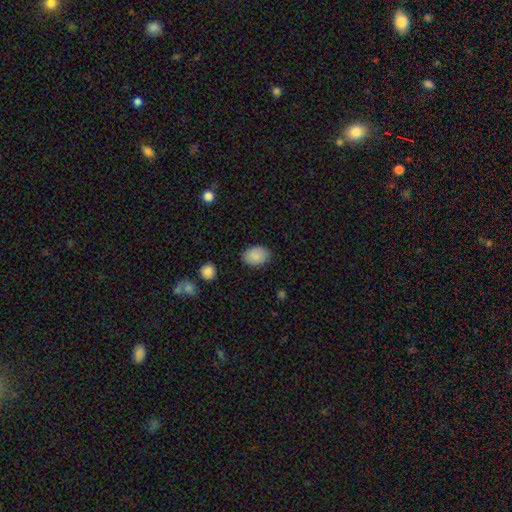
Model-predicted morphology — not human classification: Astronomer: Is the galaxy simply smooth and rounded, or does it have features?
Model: smooth — 87%.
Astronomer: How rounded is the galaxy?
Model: in between — 83%.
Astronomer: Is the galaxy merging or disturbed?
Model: none — 84%.